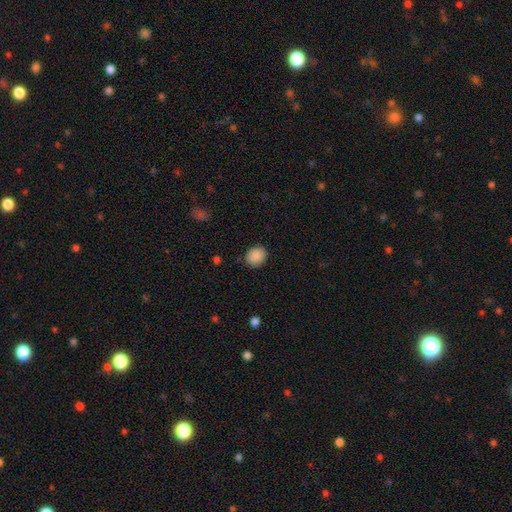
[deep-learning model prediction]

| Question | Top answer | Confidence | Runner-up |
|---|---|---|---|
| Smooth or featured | smooth | 89% | star or artifact (8%) |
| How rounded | round | 71% | in between (28%) |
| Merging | none | 88% | minor disturbance (9%) |